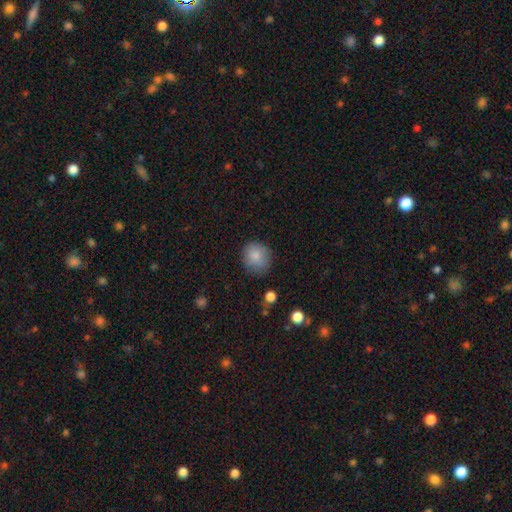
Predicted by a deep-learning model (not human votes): smooth 84%, star or artifact 8%, featured or disk 8%. Down the decision tree: how rounded — round (81%); merging — none (74%).